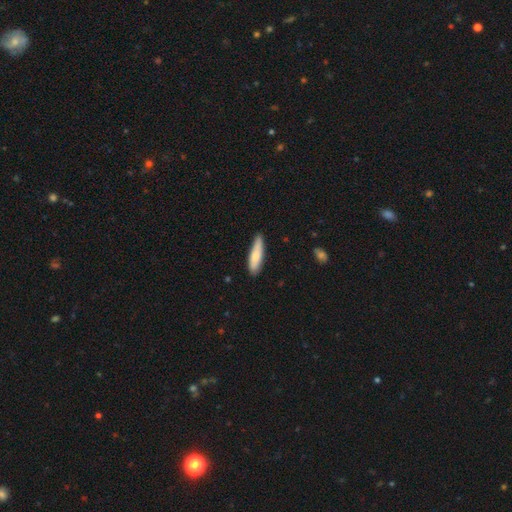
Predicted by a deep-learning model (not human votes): smooth-or-featured: smooth: 76% | featured or disk: 18% | star or artifact: 5%
  how-rounded: cigar-shaped: 70% | in between: 28% | round: 2%
  merging: none: 80% | minor disturbance: 17% | major disturbance: 2% | merger: 1%